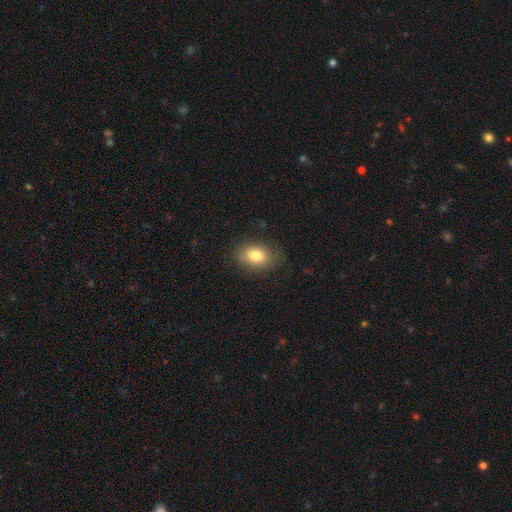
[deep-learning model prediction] smooth-or-featured: smooth: 81% | featured or disk: 10% | star or artifact: 9%
  how-rounded: in between: 80% | round: 19% | cigar-shaped: 1%
  merging: none: 82% | minor disturbance: 13% | major disturbance: 4% | merger: 1%